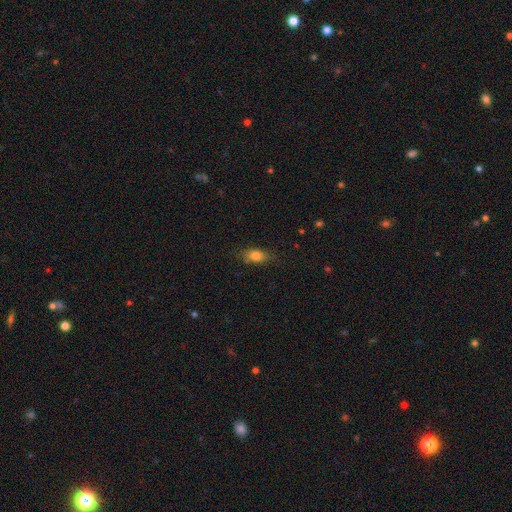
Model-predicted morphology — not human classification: Q: Smooth or featured?
A: smooth (80%); runner-up: featured or disk (11%)
Q: How rounded?
A: in between (80%); runner-up: round (11%)
Q: Merging?
A: none (76%); runner-up: minor disturbance (18%)